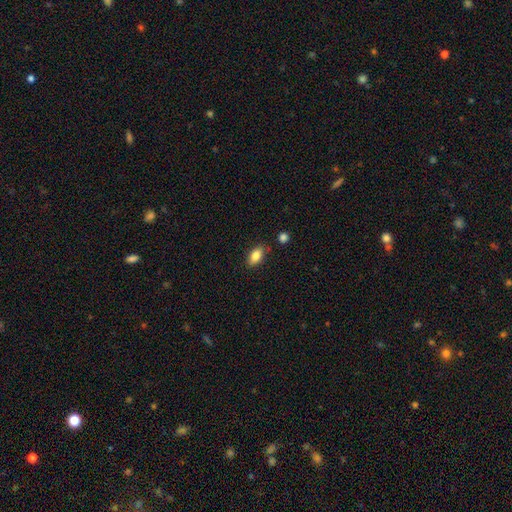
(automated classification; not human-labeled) Morphology: type=smooth (83%); roundness=in between (89%); merging=none (83%).